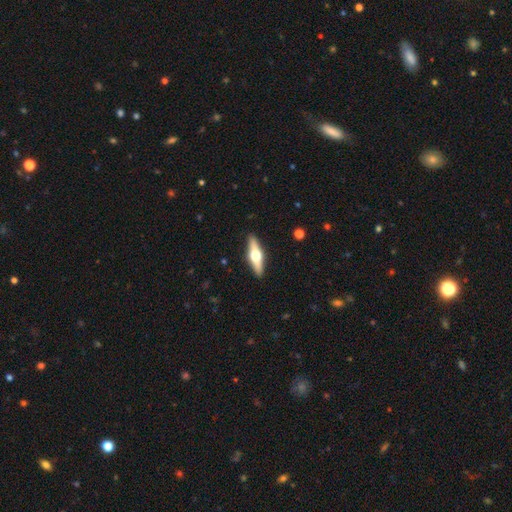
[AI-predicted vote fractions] A featured or disk galaxy (65%) viewed edge-on (95%) with a rounded central bulge (96%). Merging: none (91%).